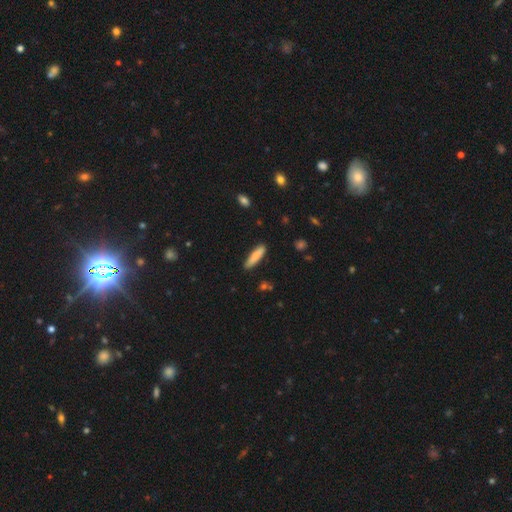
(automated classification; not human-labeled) Q: Smooth or featured?
A: smooth (74%); runner-up: featured or disk (19%)
Q: How rounded?
A: cigar-shaped (77%); runner-up: in between (21%)
Q: Merging?
A: none (85%); runner-up: minor disturbance (11%)